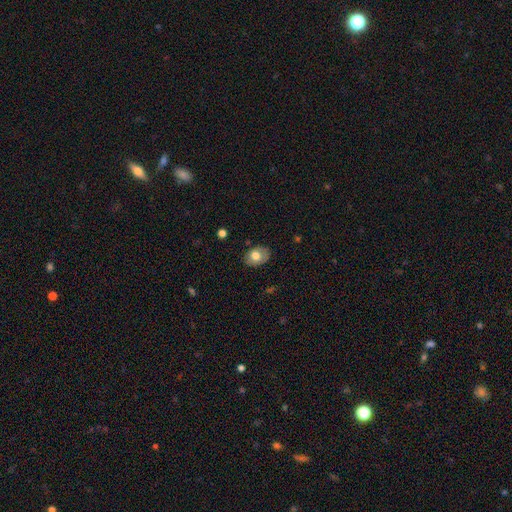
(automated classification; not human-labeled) Smooth or featured?
  - smooth: 72% *
  - featured or disk: 21%
  - star or artifact: 7%
How rounded?
  - in between: 73% *
  - round: 27%
  - cigar-shaped: 1%
Merging?
  - none: 81% *
  - minor disturbance: 15%
  - major disturbance: 3%
  - merger: 1%